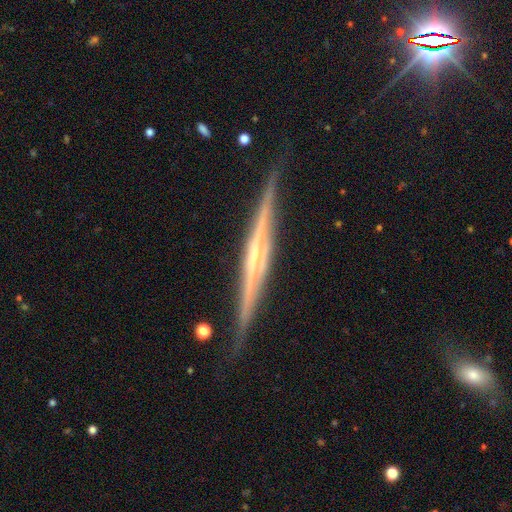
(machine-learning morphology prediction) The model was most divided on "edge-on bulge": rounded: 54%, none: 30%, boxy: 16%. More confident: edge-on disk — yes (98%); merging — none (88%); smooth or featured — featured or disk (86%).